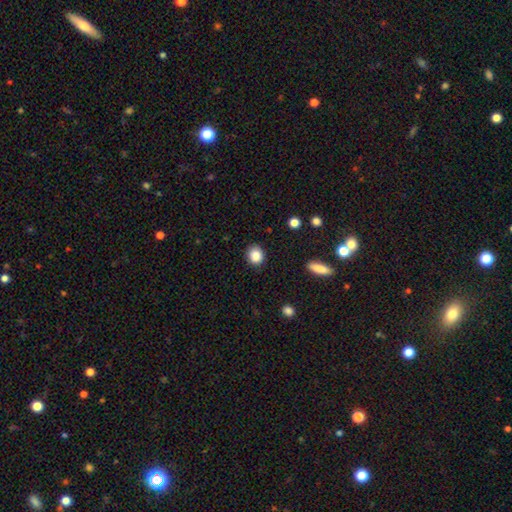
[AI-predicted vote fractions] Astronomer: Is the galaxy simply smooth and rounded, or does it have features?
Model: smooth — 87%.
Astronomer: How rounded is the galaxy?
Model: round — 72%.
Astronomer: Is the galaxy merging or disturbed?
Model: none — 86%.